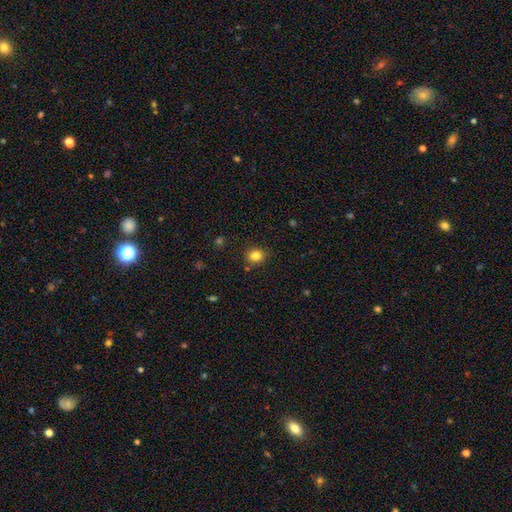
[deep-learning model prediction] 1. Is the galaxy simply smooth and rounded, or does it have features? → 83% smooth, 12% star or artifact, 5% featured or disk.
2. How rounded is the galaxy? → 75% round, 24% in between, 1% cigar-shaped.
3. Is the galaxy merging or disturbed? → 85% none, 10% minor disturbance, 3% merger, 3% major disturbance.